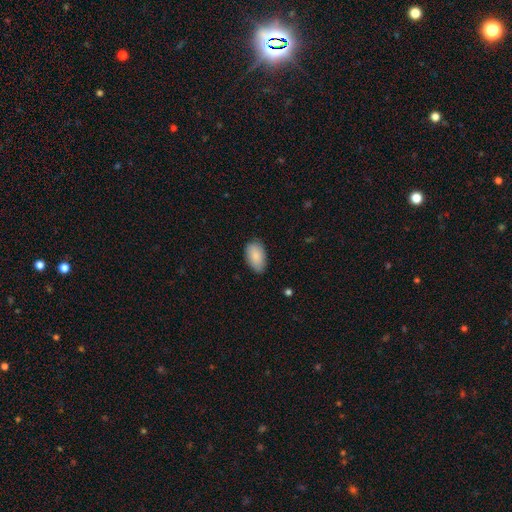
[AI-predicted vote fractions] smooth_or_featured: smooth (p=0.87) [alt: featured or disk p=0.07]
how_rounded: in between (p=0.94) [alt: round p=0.04]
merging: none (p=0.81) [alt: minor disturbance p=0.15]